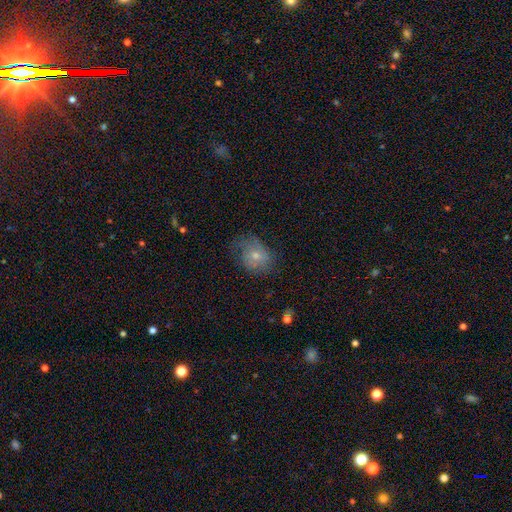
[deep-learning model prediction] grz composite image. It shows a smooth galaxy with no disk features (45%). Merging: none (58%).